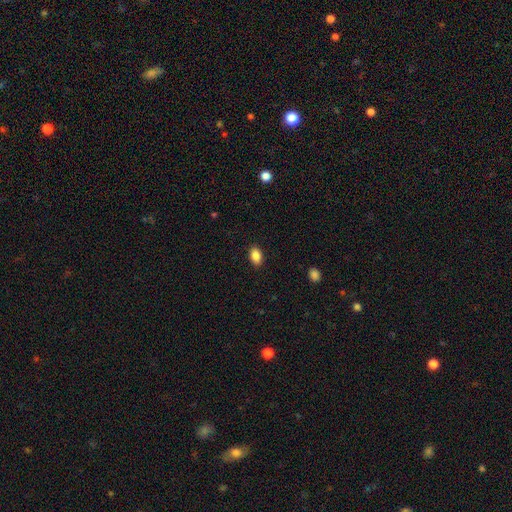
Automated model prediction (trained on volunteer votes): A smooth galaxy with no disk features (87%) that is in between round and cigar-shaped (89%).

Vote fractions:
- Smooth or featured? smooth: 87% / star or artifact: 8% / featured or disk: 4%
- How rounded? in between: 89% / round: 9% / cigar-shaped: 2%
- Merging? none: 89% / minor disturbance: 8% / major disturbance: 2% / merger: 1%